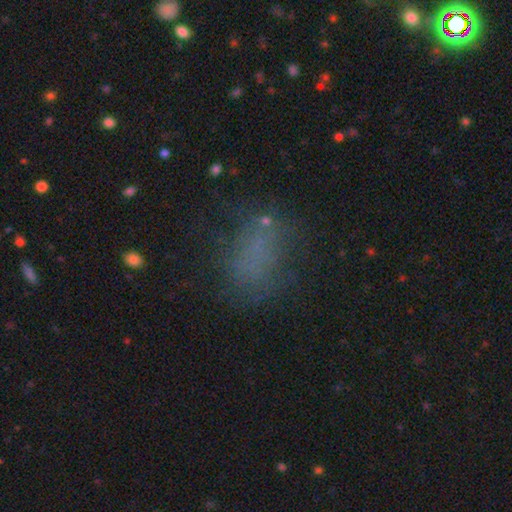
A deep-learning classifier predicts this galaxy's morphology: This appears to be a smooth galaxy with no disk features (50%). Merging: none (52%).